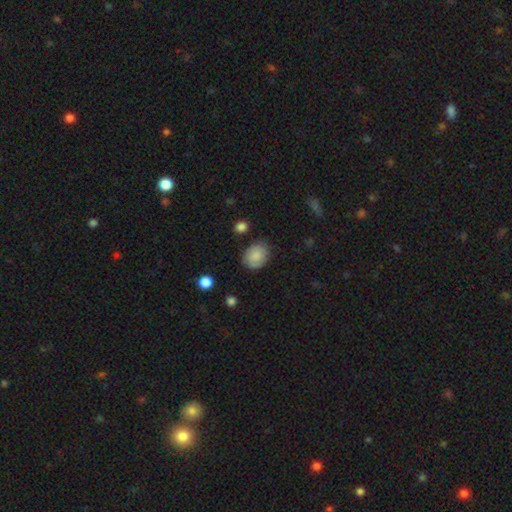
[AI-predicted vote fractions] This appears to be a smooth galaxy with no disk features (82%) that is in between round and cigar-shaped (51%). Merging: none (76%).